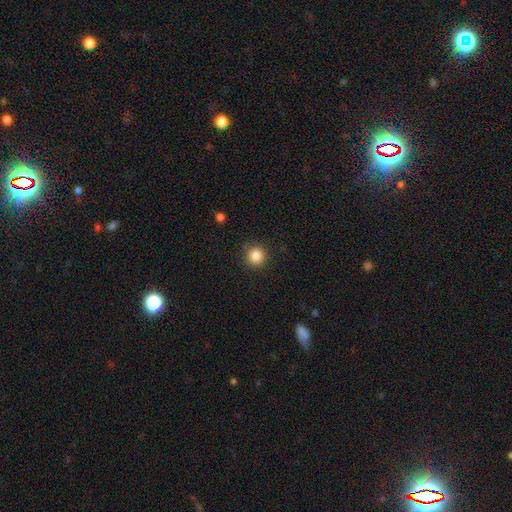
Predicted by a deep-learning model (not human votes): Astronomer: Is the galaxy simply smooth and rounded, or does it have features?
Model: smooth — 86%.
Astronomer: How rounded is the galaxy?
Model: round — 93%.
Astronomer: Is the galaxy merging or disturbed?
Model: none — 88%.